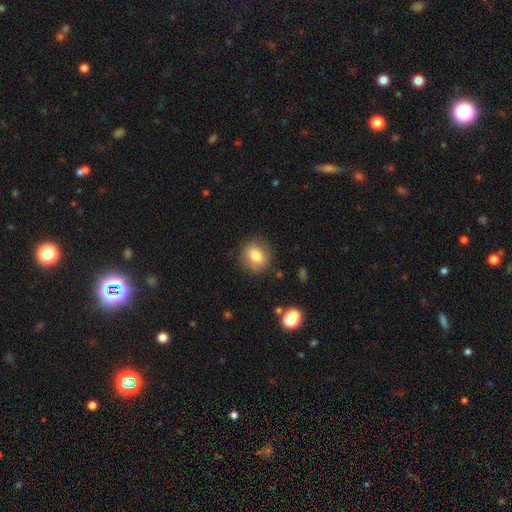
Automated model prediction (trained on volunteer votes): A smooth galaxy with no disk features (78%) that is round (68%). Merging: none (84%).